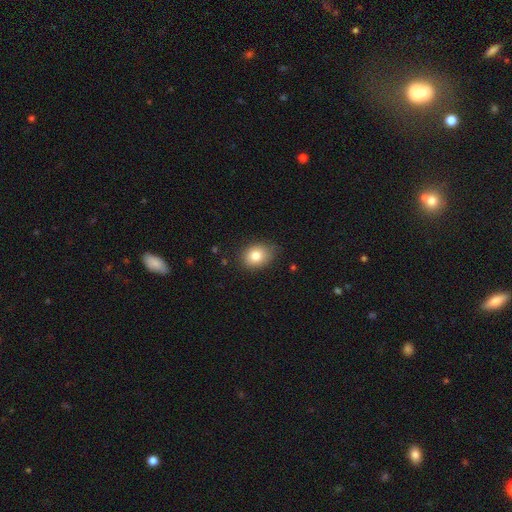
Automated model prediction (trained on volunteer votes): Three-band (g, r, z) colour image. It shows a smooth galaxy with no disk features (82%) that is in between round and cigar-shaped (61%). Merging: none (76%).